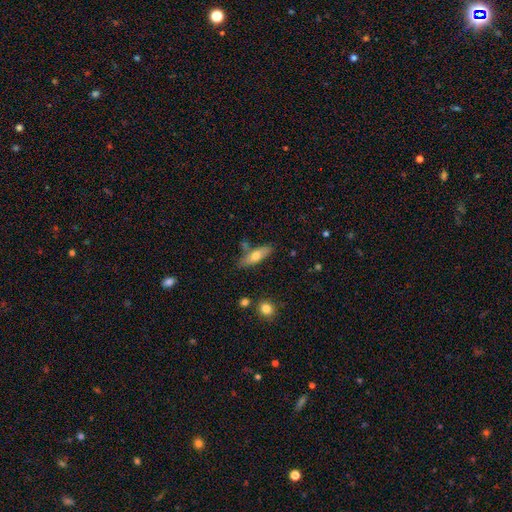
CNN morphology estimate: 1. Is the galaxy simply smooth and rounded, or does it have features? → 65% smooth, 28% featured or disk, 6% star or artifact.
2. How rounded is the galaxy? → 51% in between, 47% cigar-shaped, 2% round.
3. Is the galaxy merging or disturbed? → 73% none, 16% minor disturbance, 8% merger, 3% major disturbance.